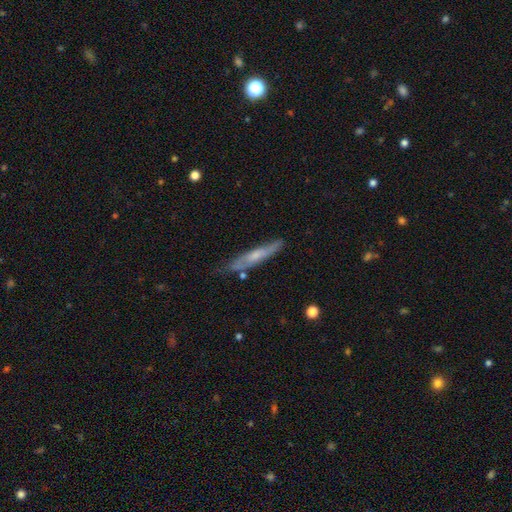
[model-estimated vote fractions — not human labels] smooth_or_featured: featured or disk (p=0.52) [alt: smooth p=0.41]
disk_edge_on: yes (p=0.81) [alt: no p=0.19]
merging: none (p=0.71) [alt: minor disturbance p=0.22]